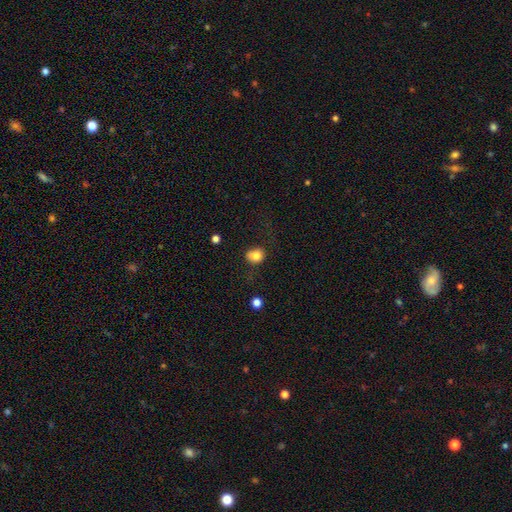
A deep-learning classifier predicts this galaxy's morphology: smooth_or_featured: smooth (p=0.81) [alt: star or artifact p=0.11]
how_rounded: round (p=0.68) [alt: in between p=0.31]
merging: none (p=0.69) [alt: minor disturbance p=0.21]